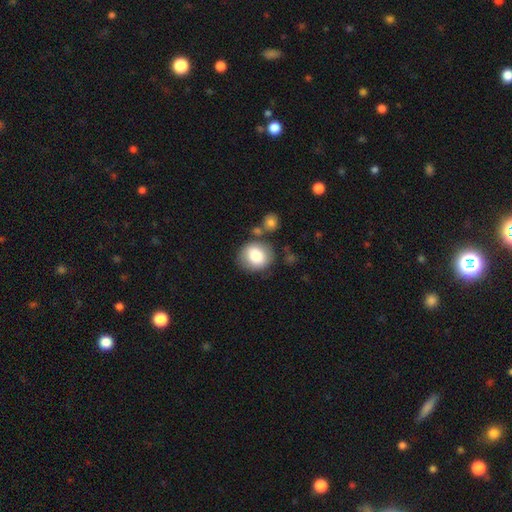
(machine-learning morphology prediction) smooth-or-featured: smooth: 82% | featured or disk: 10% | star or artifact: 7%
  how-rounded: round: 77% | in between: 22% | cigar-shaped: 1%
  merging: none: 71% | minor disturbance: 14% | merger: 10% | major disturbance: 5%